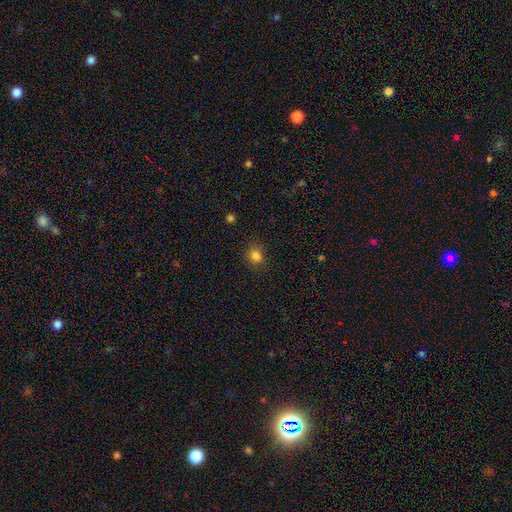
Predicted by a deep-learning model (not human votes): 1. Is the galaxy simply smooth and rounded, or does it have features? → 82% smooth, 13% star or artifact, 5% featured or disk.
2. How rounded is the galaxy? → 75% round, 24% in between, 1% cigar-shaped.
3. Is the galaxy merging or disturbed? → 87% none, 9% minor disturbance, 3% major disturbance, 1% merger.